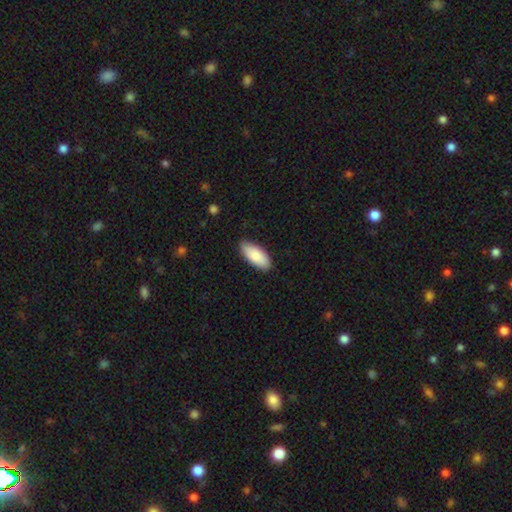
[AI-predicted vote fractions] This appears to be a smooth galaxy with no disk features (86%) that is in between round and cigar-shaped (88%). Merging: none (82%).